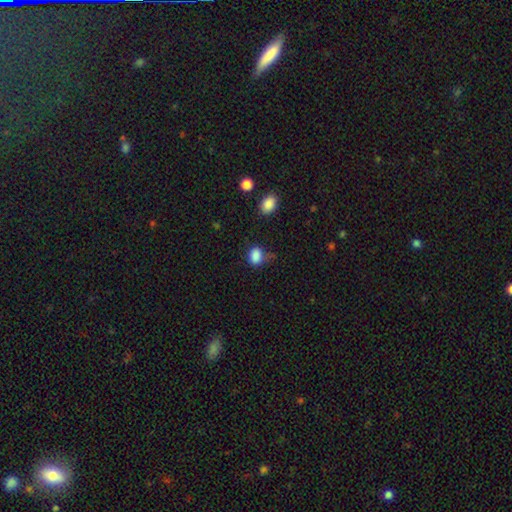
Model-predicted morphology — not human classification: This appears to be a smooth galaxy with no disk features (85%) that is in between round and cigar-shaped (68%). Merging: none (49%).